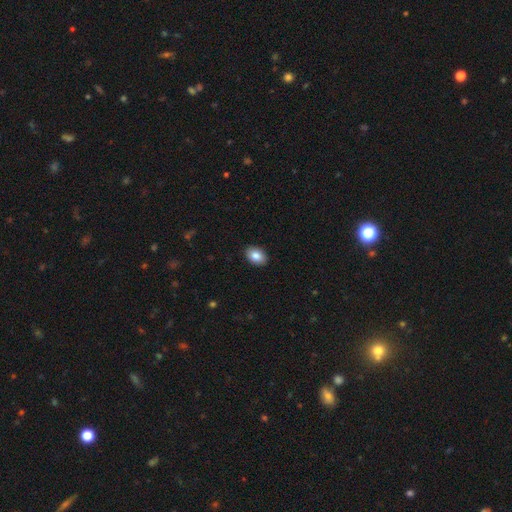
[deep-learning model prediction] The model was most divided on "how rounded": in between: 82%, round: 17%, cigar-shaped: 1%. More confident: merging — none (91%); smooth or featured — smooth (86%).